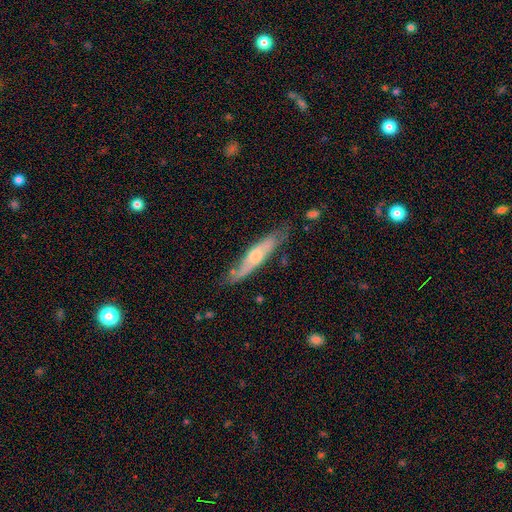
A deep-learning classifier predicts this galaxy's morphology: The model was most divided on "smooth or featured": featured or disk: 52%, smooth: 42%, star or artifact: 5%. More confident: edge-on disk — yes (71%); merging — none (70%).